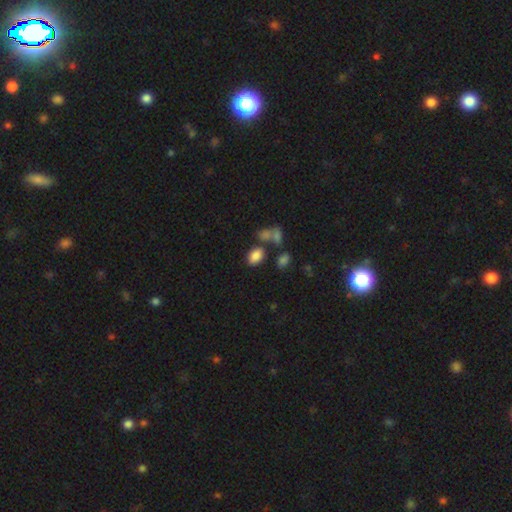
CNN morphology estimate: Smooth or featured: smooth — 83% (star or artifact — 11%)
How rounded: in between — 83% (round — 15%)
Merging: none — 65% (merger — 17%)